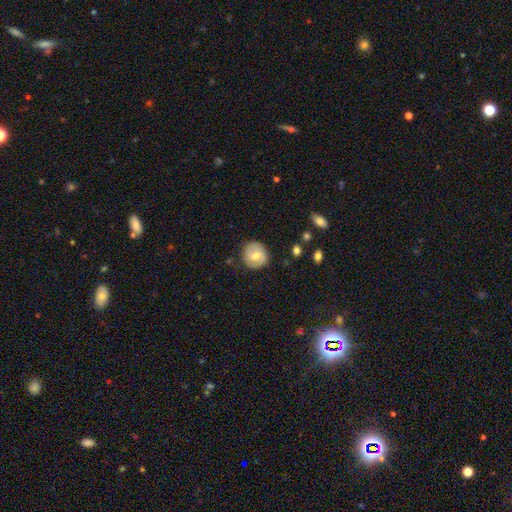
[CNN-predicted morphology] smooth-or-featured: featured or disk: 47% | smooth: 46% | star or artifact: 7%
  merging: none: 82% | minor disturbance: 13% | major disturbance: 3% | merger: 1%